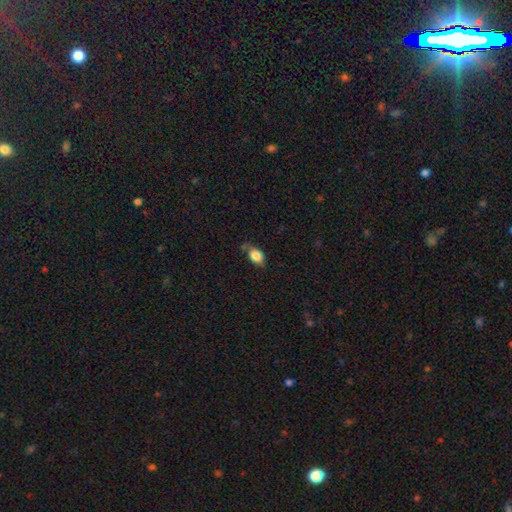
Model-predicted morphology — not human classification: type=smooth (82%); roundness=in between (77%); merging=none (56%).